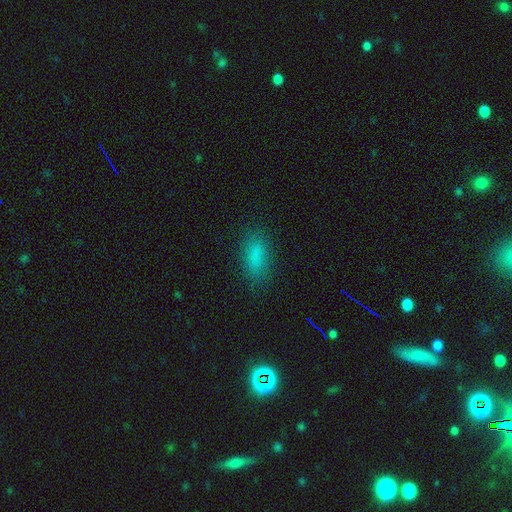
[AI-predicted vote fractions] This is clearly a smooth galaxy (83%). How rounded: clearly in between (80%). Merging: clearly none (83%).